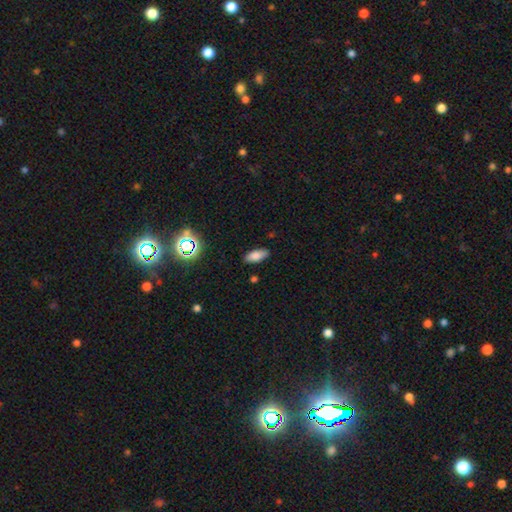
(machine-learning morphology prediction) Smooth or featured?
  - smooth: 80% *
  - star or artifact: 11%
  - featured or disk: 9%
How rounded?
  - in between: 82% *
  - cigar-shaped: 15%
  - round: 3%
Merging?
  - none: 87% *
  - minor disturbance: 10%
  - major disturbance: 2%
  - merger: 1%